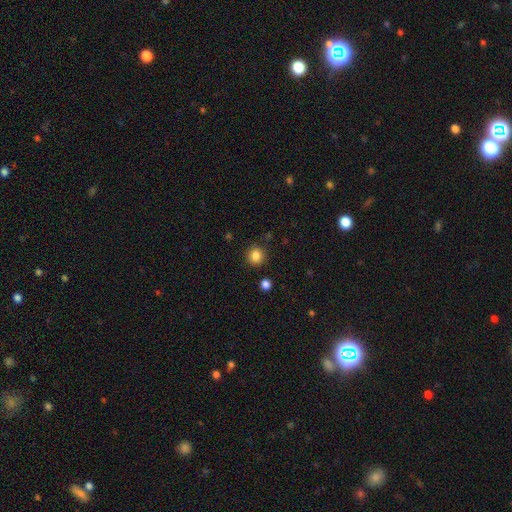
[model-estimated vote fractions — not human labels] Smooth or featured: smooth — 85% (star or artifact — 11%)
How rounded: round — 89% (in between — 10%)
Merging: none — 88% (minor disturbance — 7%)